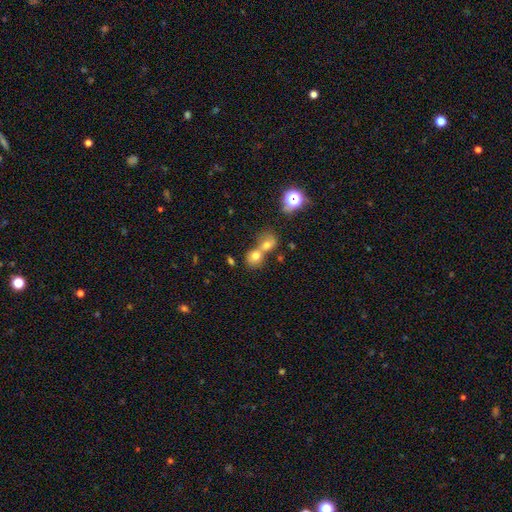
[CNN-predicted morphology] Smooth or featured: smooth — 70% (star or artifact — 16%)
How rounded: round — 72% (in between — 26%)
Merging: merger — 63% (none — 28%)